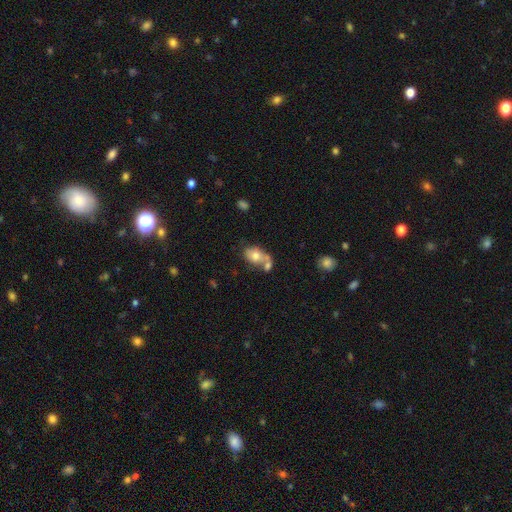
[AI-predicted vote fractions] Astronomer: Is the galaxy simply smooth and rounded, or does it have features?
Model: smooth — 67%.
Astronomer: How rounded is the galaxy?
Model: in between — 79%.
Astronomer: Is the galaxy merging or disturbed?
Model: merger — 50% (runner-up: none, 28%).